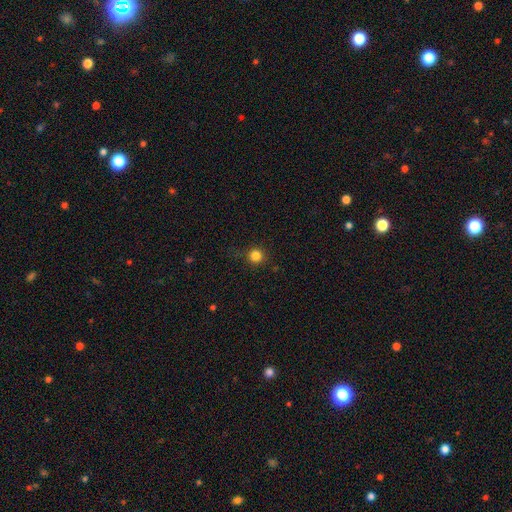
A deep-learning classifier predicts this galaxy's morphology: Overall: smooth (82%). How rounded: round (95%). Merging: none (87%).